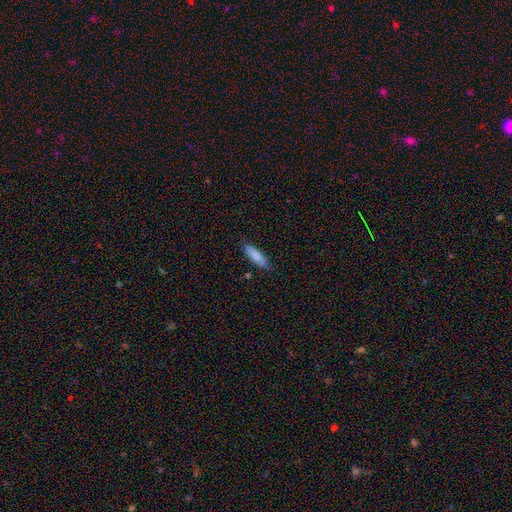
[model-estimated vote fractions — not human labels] Smooth or featured? smooth (83%)
How rounded? cigar-shaped (66%)
Merging? none (82%)